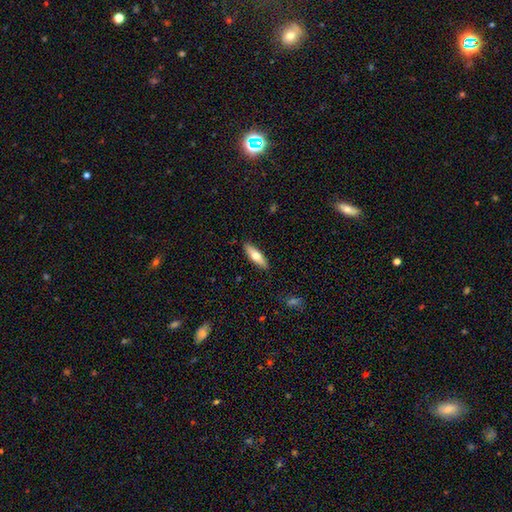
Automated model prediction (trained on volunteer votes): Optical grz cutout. It shows a smooth galaxy with no disk features (64%) that is cigar-shaped (54%). Merging: none (89%).